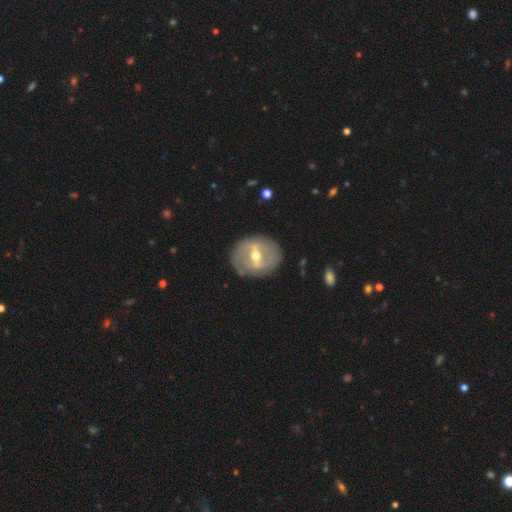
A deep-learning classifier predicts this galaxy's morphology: This appears to be a featured or disk galaxy (76%) with a strong bar (53%), spiral arms (55%) and a moderate central bulge (72%). Merging: none (81%).